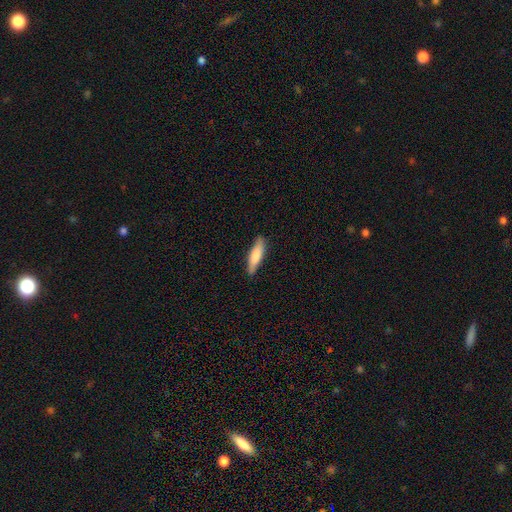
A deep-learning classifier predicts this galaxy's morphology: smooth-or-featured: smooth: 74% | featured or disk: 21% | star or artifact: 5%
  how-rounded: cigar-shaped: 70% | in between: 28% | round: 2%
  merging: none: 85% | minor disturbance: 12% | major disturbance: 2% | merger: 1%